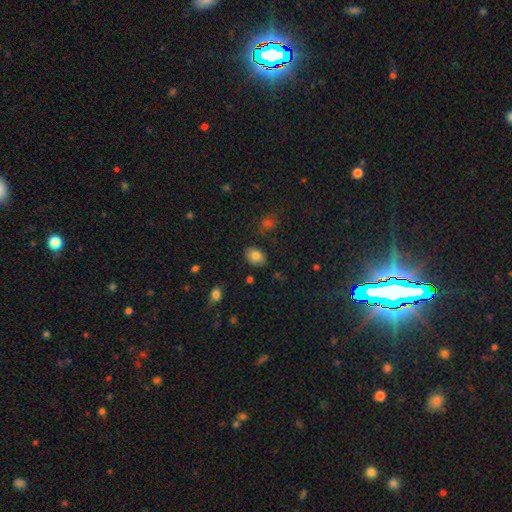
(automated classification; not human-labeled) Morphology: type=smooth (82%); roundness=in between (73%); merging=none (83%).